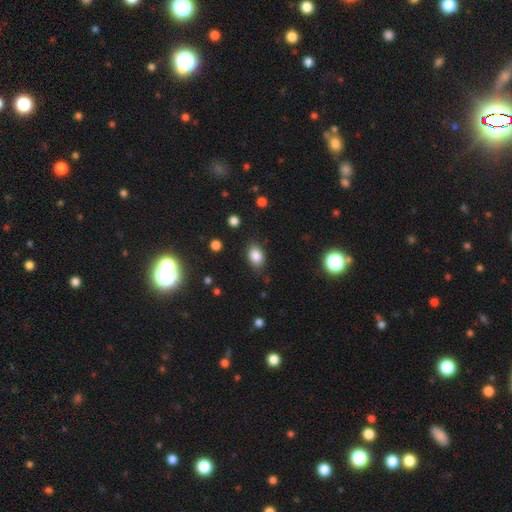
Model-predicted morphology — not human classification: smooth-or-featured: smooth: 84% | star or artifact: 10% | featured or disk: 6%
  how-rounded: in between: 79% | round: 20% | cigar-shaped: 1%
  merging: none: 82% | minor disturbance: 12% | major disturbance: 3% | merger: 2%